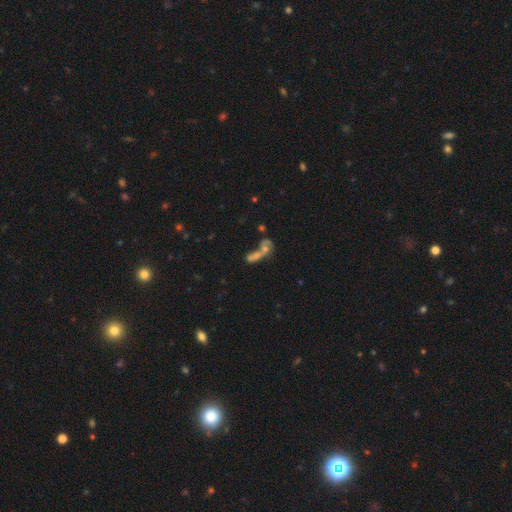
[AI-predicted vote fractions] Smooth or featured: smooth — 44% (featured or disk — 34%)
Merging: merger — 61% (none — 23%)